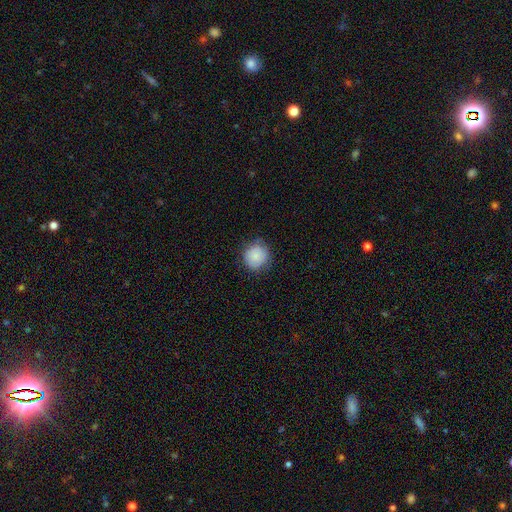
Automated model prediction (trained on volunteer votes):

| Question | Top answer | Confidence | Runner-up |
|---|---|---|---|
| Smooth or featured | smooth | 83% | featured or disk (9%) |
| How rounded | round | 88% | in between (11%) |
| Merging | none | 77% | minor disturbance (18%) |